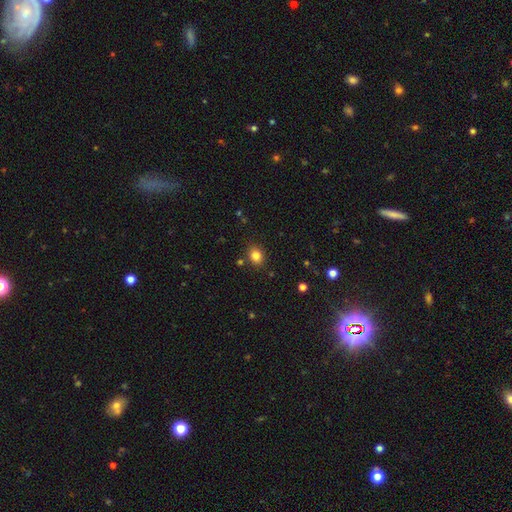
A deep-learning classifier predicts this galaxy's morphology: Smooth or featured?
  - smooth: 82% *
  - star or artifact: 12%
  - featured or disk: 6%
How rounded?
  - round: 56% *
  - in between: 43%
  - cigar-shaped: 1%
Merging?
  - none: 84% *
  - minor disturbance: 10%
  - merger: 3%
  - major disturbance: 3%